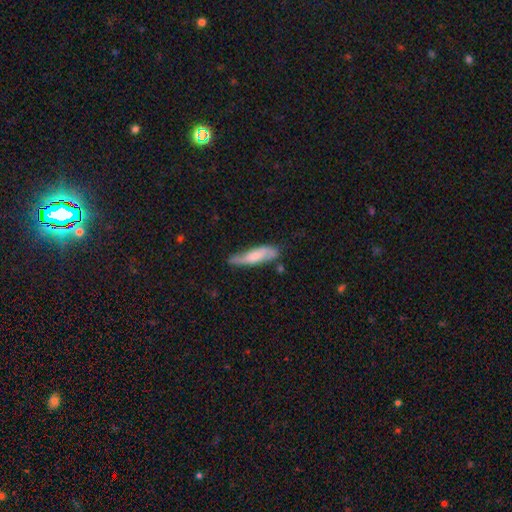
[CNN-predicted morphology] Smooth or featured? Predicted: smooth (p=0.56). How rounded? Predicted: cigar-shaped (p=0.67). Merging? Predicted: none (p=0.58).